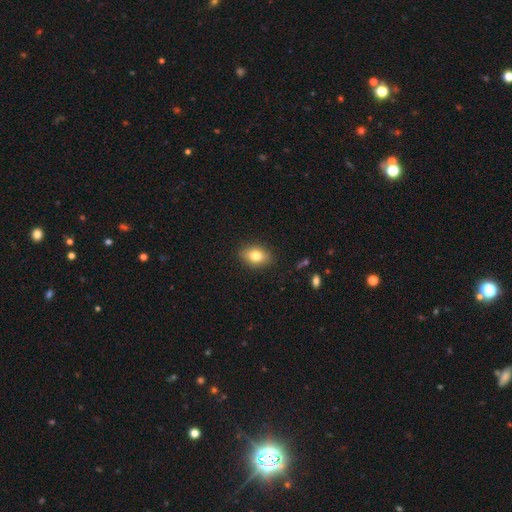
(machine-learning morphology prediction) smooth 79%, featured or disk 12%, star or artifact 9%. Down the decision tree: how rounded — in between (78%); merging — none (87%).